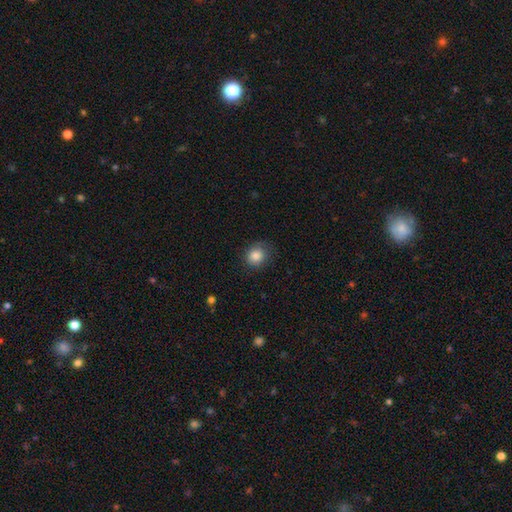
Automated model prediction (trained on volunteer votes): Morphology: type=smooth (85%); roundness=round (77%); merging=none (74%).